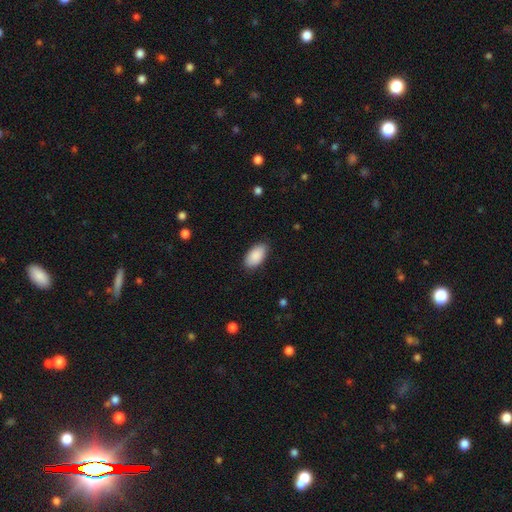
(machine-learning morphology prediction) Smooth or featured? smooth (90%)
How rounded? in between (95%)
Merging? none (85%)